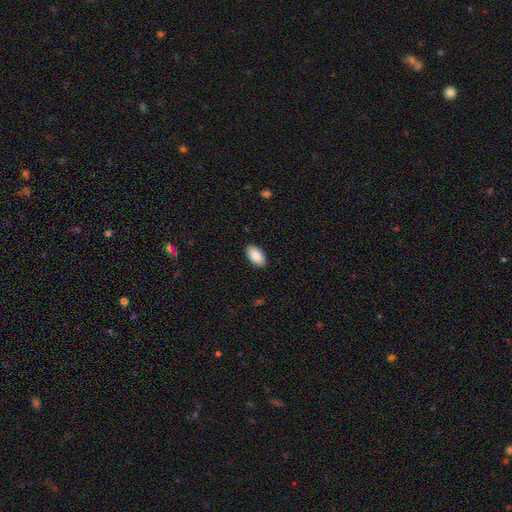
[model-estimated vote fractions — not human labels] A smooth galaxy with no disk features (89%) that is in between round and cigar-shaped (95%).

Vote fractions:
- Smooth or featured? smooth: 89% / star or artifact: 6% / featured or disk: 5%
- How rounded? in between: 95% / round: 3% / cigar-shaped: 2%
- Merging? none: 89% / minor disturbance: 8% / major disturbance: 2% / merger: 1%